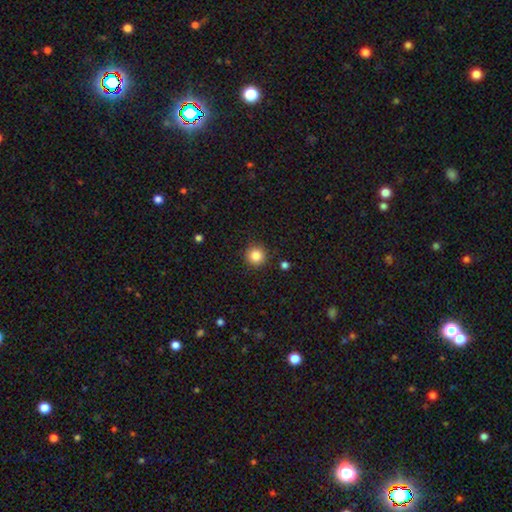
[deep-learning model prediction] Smooth or featured?
  - smooth: 84% *
  - star or artifact: 11%
  - featured or disk: 5%
How rounded?
  - round: 95% *
  - in between: 4%
  - cigar-shaped: 1%
Merging?
  - none: 91% *
  - minor disturbance: 6%
  - major disturbance: 2%
  - merger: 2%